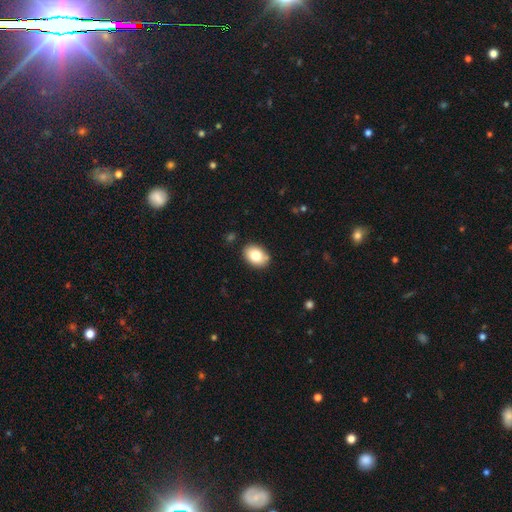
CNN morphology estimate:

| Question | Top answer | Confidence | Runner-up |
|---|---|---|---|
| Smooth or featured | smooth | 81% | featured or disk (11%) |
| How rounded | in between | 79% | round (20%) |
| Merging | none | 85% | minor disturbance (11%) |